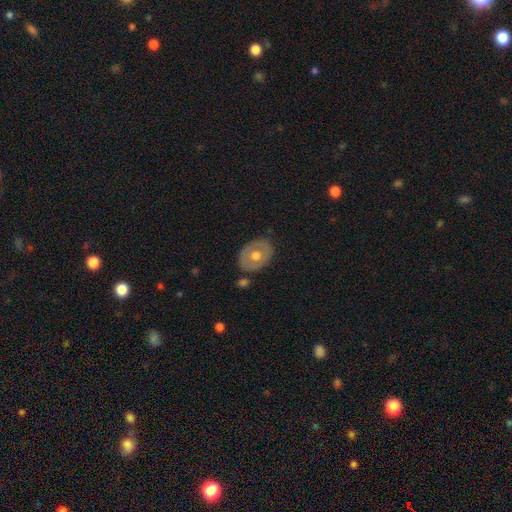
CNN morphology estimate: Smooth or featured: smooth — 48% (featured or disk — 46%)
Merging: none — 81% (minor disturbance — 12%)